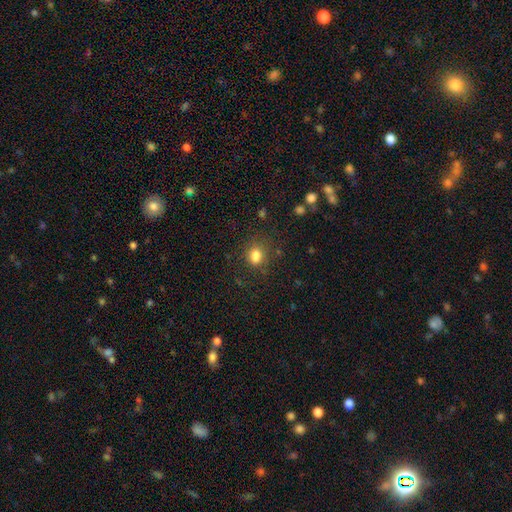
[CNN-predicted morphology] Smooth or featured?
  - smooth: 80% *
  - star or artifact: 13%
  - featured or disk: 7%
How rounded?
  - in between: 60% *
  - round: 39%
  - cigar-shaped: 2%
Merging?
  - none: 66% *
  - minor disturbance: 18%
  - major disturbance: 8%
  - merger: 7%